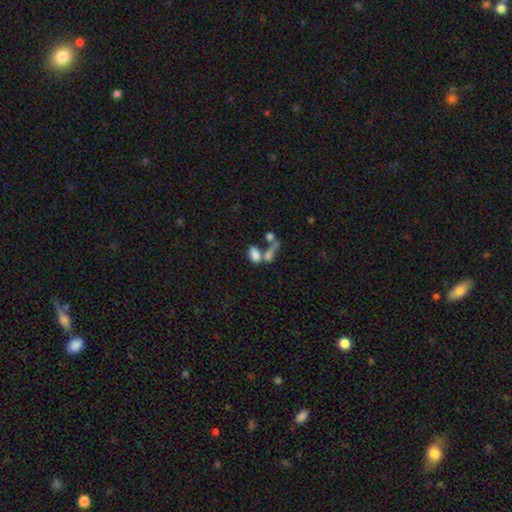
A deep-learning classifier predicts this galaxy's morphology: Overall: smooth (76%). How rounded: in between (87%). Merging: merger (52%; none 29%).